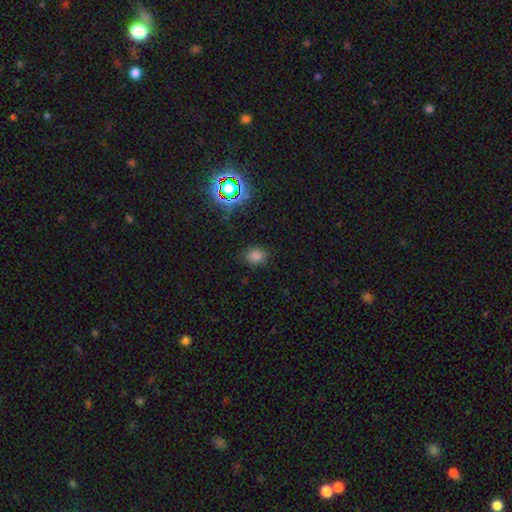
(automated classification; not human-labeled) This appears to be a smooth galaxy with no disk features (75%) that is round (54%). Merging: none (83%).